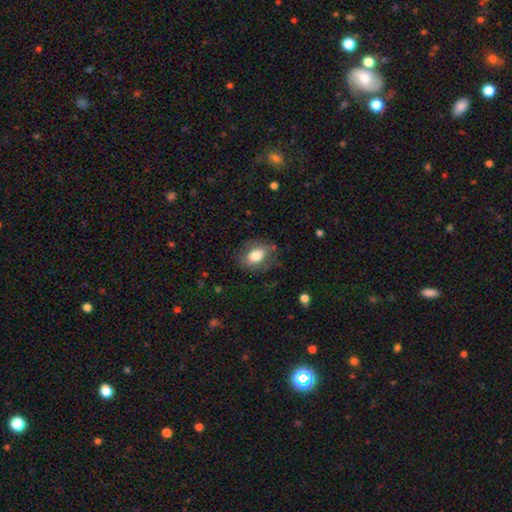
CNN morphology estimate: The model was most divided on "how rounded": in between: 72%, round: 26%, cigar-shaped: 2%. More confident: merging — none (71%); smooth or featured — smooth (71%).